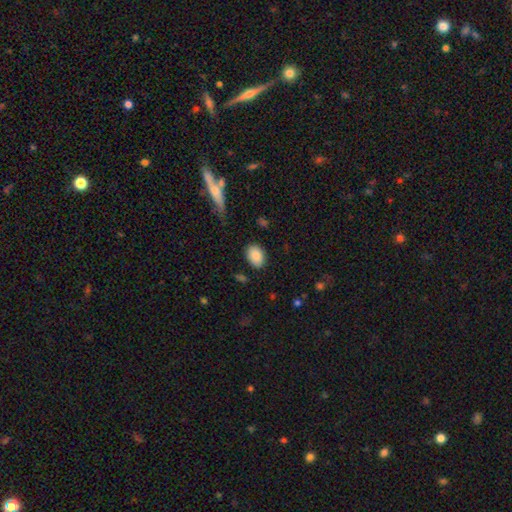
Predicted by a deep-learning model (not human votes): Morphology: type=smooth (87%); roundness=in between (79%); merging=none (83%).